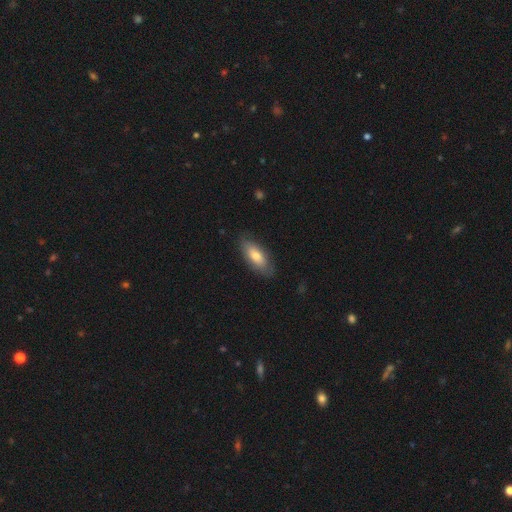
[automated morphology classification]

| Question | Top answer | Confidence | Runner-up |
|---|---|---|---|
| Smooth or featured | smooth | 74% | featured or disk (20%) |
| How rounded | in between | 79% | cigar-shaped (19%) |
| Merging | none | 82% | minor disturbance (14%) |